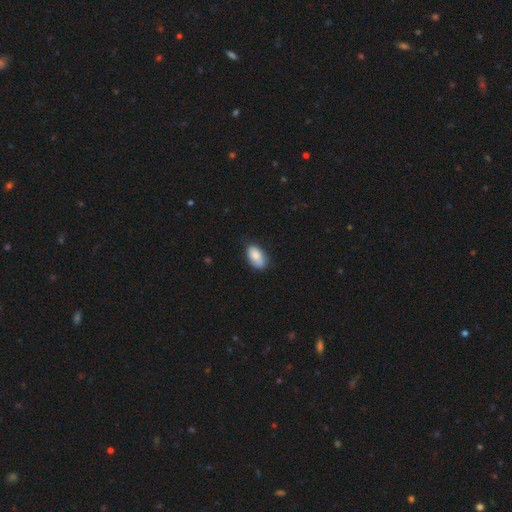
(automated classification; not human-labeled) A smooth galaxy with no disk features (83%) that is in between round and cigar-shaped (94%). Merging: none (71%).